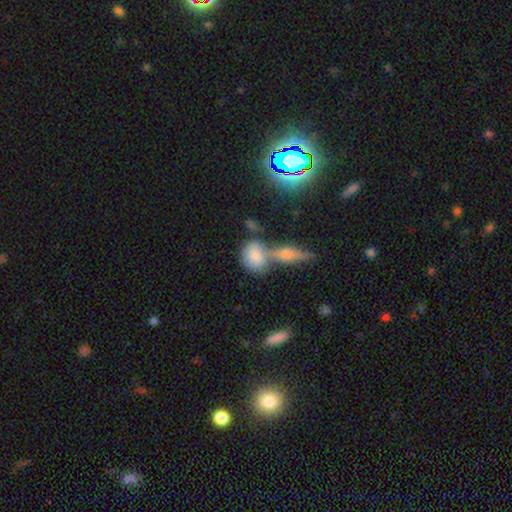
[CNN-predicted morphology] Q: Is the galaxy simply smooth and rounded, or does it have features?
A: smooth — 75%.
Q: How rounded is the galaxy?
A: round — 49%.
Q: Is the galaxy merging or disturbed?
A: merger — 42%.